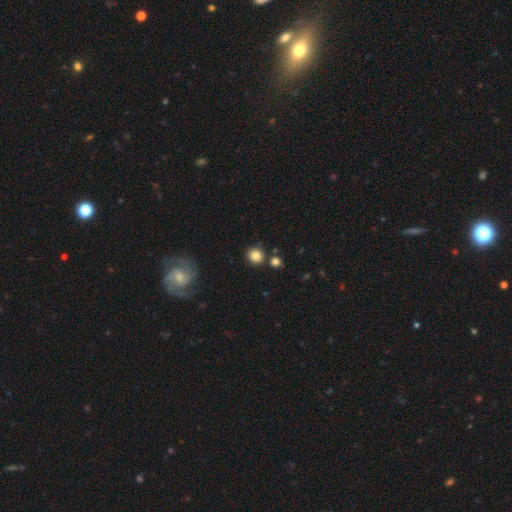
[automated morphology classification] This appears to be a smooth galaxy with no disk features (84%) that is round (89%). Merging: none (81%).